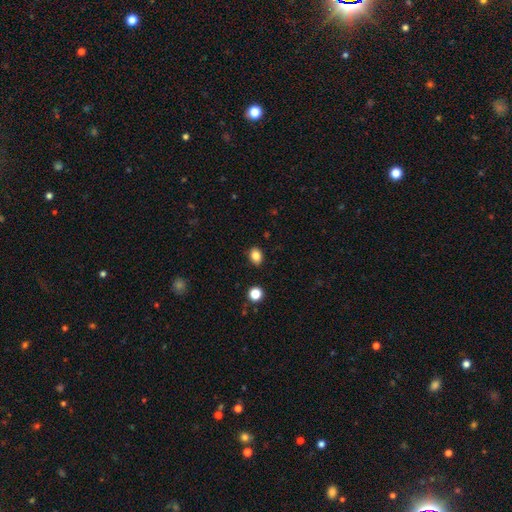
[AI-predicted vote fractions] Smooth or featured?
  - smooth: 84% *
  - star or artifact: 11%
  - featured or disk: 5%
How rounded?
  - in between: 66% *
  - round: 33%
  - cigar-shaped: 1%
Merging?
  - none: 86% *
  - minor disturbance: 10%
  - major disturbance: 2%
  - merger: 2%